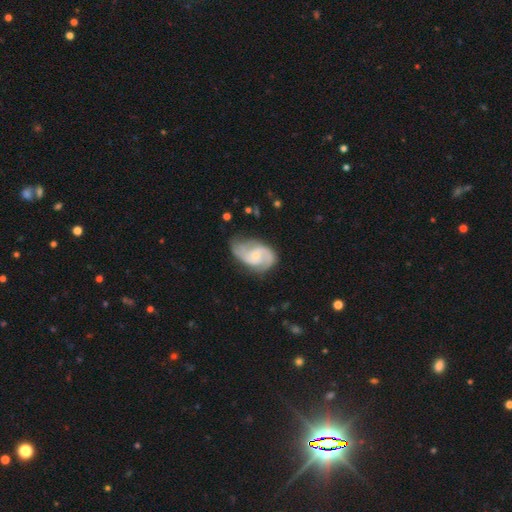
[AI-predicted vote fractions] Smooth or featured? Predicted: featured or disk (p=0.82). Edge-on disk? Predicted: no (p=0.97). Bar? Predicted: no (p=0.55). Spiral arms? Predicted: yes (p=0.96). Spiral winding? Predicted: medium (p=0.51). Spiral arm count? Predicted: 2 (p=0.82). Bulge size? Predicted: small (p=0.64). Merging? Predicted: none (p=0.58).